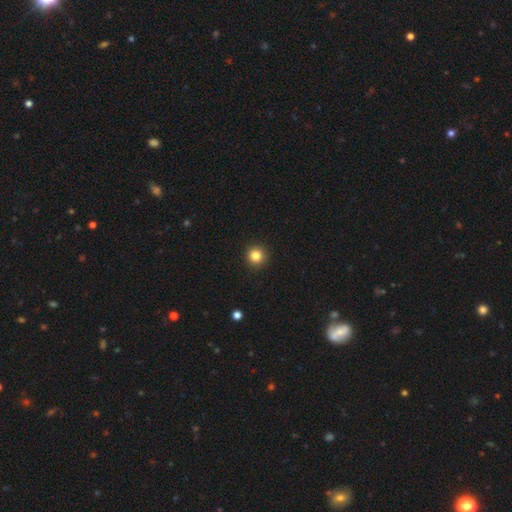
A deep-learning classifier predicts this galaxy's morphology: Q: Smooth or featured?
A: smooth (83%); runner-up: star or artifact (12%)
Q: How rounded?
A: round (95%); runner-up: in between (4%)
Q: Merging?
A: none (93%); runner-up: minor disturbance (4%)